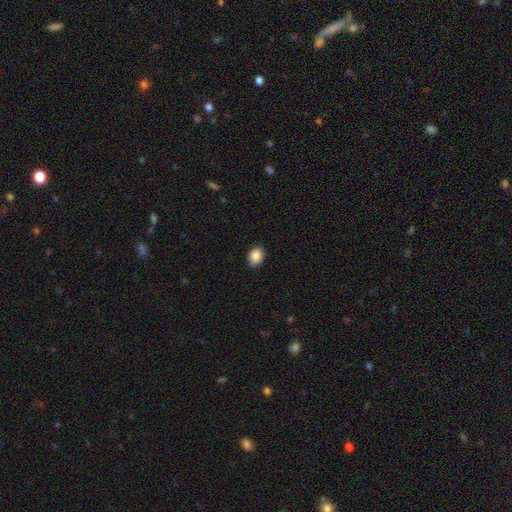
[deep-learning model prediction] smooth_or_featured: smooth (p=0.89) [alt: star or artifact p=0.08]
how_rounded: in between (p=0.72) [alt: round p=0.27]
merging: none (p=0.87) [alt: minor disturbance p=0.10]